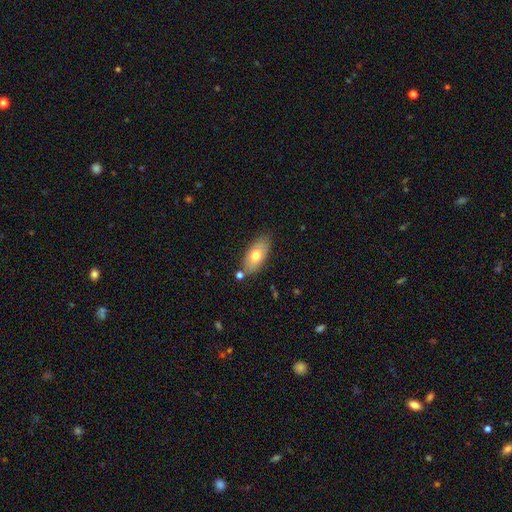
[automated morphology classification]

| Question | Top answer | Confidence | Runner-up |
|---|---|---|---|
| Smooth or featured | smooth | 68% | featured or disk (25%) |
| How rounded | in between | 89% | cigar-shaped (7%) |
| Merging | none | 76% | minor disturbance (15%) |